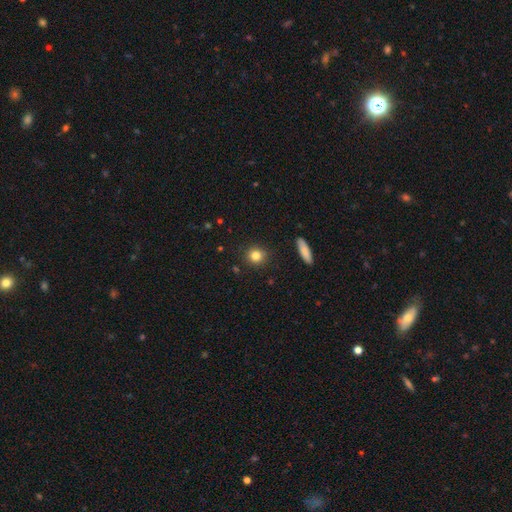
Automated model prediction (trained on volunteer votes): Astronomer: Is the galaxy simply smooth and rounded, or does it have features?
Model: smooth — 82%.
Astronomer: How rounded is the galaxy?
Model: round — 86%.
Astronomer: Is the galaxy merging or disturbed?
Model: none — 89%.